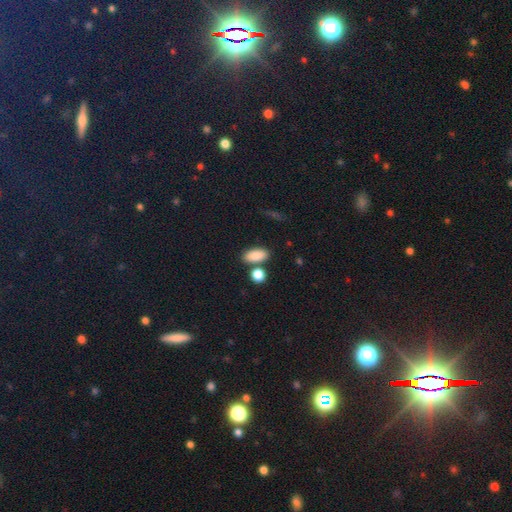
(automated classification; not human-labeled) This is clearly a smooth galaxy (86%). How rounded: clearly in between (86%). Merging: likely none (72%).